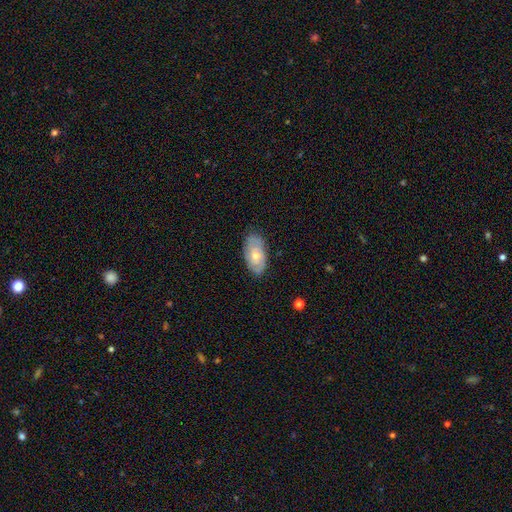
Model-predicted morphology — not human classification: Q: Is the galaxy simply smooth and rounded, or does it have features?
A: featured or disk — 50%.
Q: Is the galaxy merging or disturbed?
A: none — 77%.